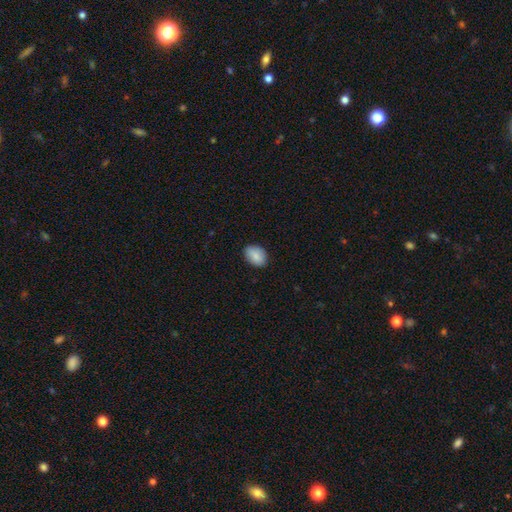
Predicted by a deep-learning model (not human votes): Morphology: type=smooth (87%); roundness=in between (77%); merging=none (84%).